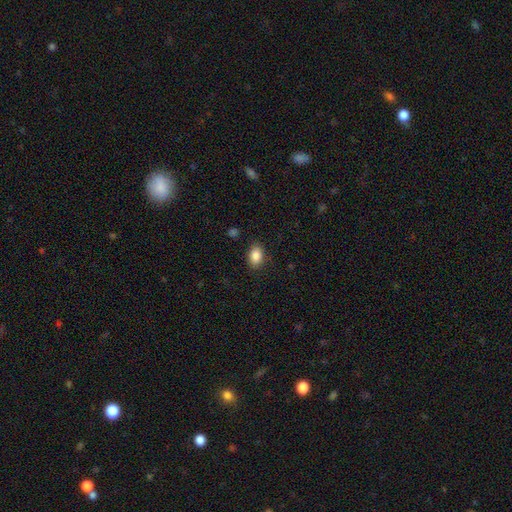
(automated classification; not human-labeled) This appears to be a smooth galaxy with no disk features (86%) that is in between round and cigar-shaped (78%). Merging: none (87%).